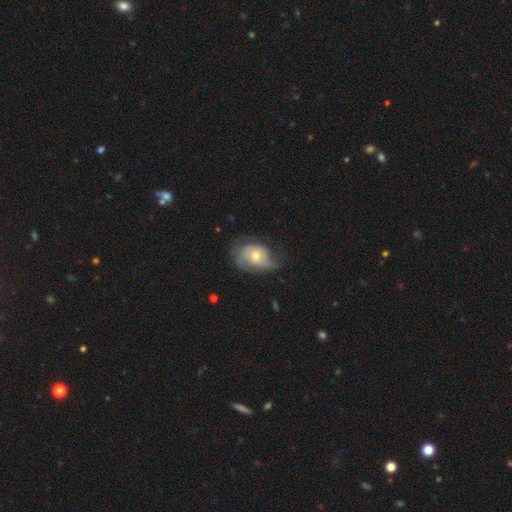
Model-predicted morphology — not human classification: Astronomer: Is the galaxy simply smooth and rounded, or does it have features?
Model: featured or disk — 59% (runner-up: smooth, 34%).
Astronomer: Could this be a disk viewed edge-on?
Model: no — 96%.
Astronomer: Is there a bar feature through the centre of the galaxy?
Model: no — 76%.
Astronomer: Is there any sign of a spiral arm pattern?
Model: yes — 77%.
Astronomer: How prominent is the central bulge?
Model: moderate — 61%.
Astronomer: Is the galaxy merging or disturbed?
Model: none — 42% (runner-up: minor disturbance, 32%).